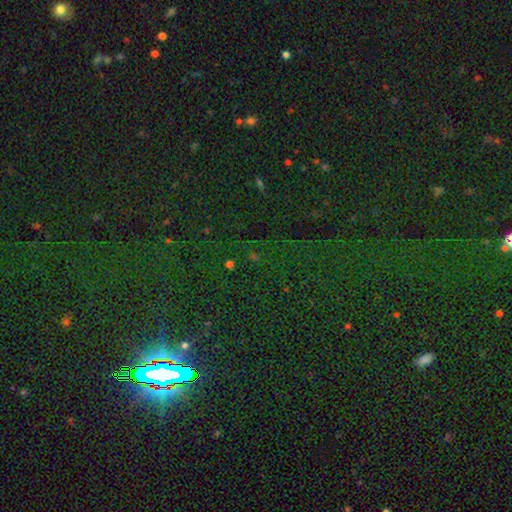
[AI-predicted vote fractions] This is clearly a star or artifact rather than a galaxy (81%).